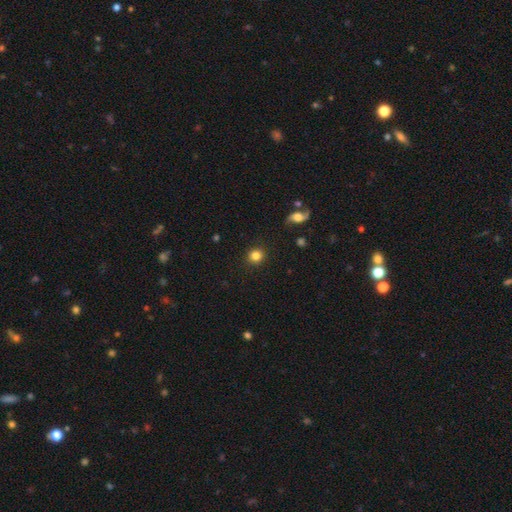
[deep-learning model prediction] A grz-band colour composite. It shows a smooth galaxy with no disk features (83%) that is round (92%). Merging: none (91%).